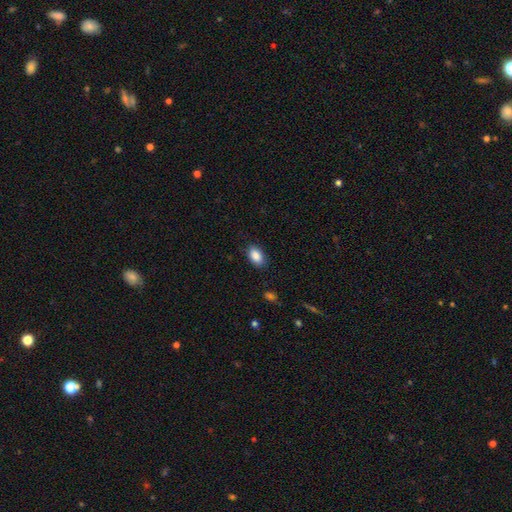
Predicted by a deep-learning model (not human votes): smooth_or_featured: smooth (p=0.88) [alt: star or artifact p=0.07]
how_rounded: in between (p=0.91) [alt: round p=0.07]
merging: none (p=0.85) [alt: minor disturbance p=0.11]